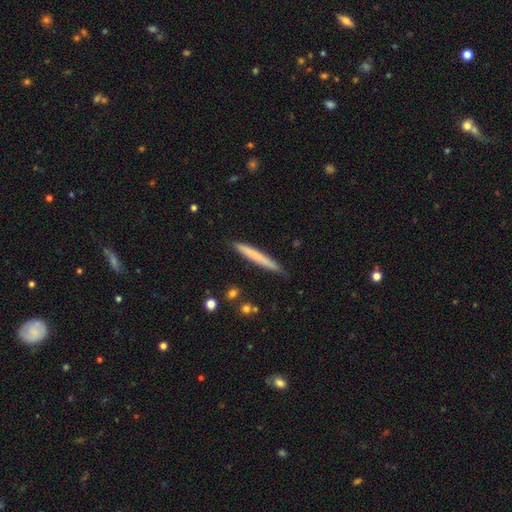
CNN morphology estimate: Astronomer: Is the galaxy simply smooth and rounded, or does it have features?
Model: smooth — 66%.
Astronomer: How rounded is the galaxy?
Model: cigar-shaped — 97%.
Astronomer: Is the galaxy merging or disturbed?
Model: none — 87%.